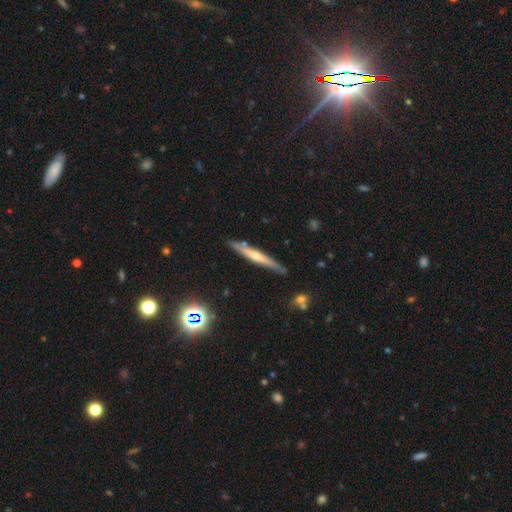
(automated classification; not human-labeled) The model was most divided on "smooth or featured": featured or disk: 57%, smooth: 36%, star or artifact: 7%. More confident: edge-on disk — yes (94%); merging — none (83%); edge-on bulge — rounded (60%).